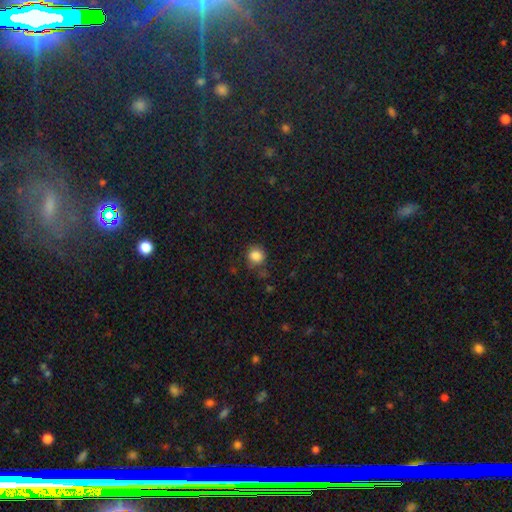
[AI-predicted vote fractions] Smooth or featured? smooth (85%)
How rounded? round (88%)
Merging? none (76%)